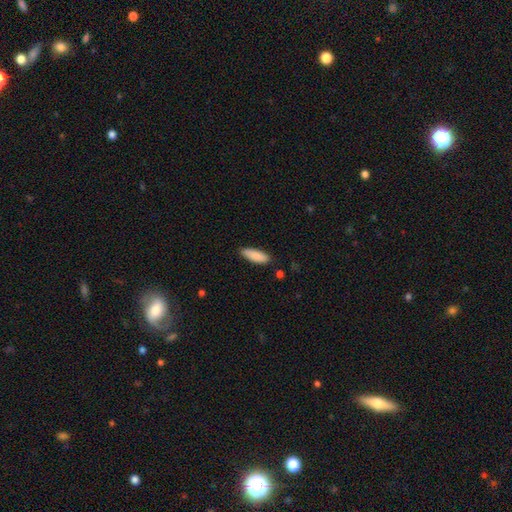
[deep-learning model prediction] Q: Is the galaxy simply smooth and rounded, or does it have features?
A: smooth — 88%.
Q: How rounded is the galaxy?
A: in between — 56%.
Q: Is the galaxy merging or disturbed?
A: none — 84%.